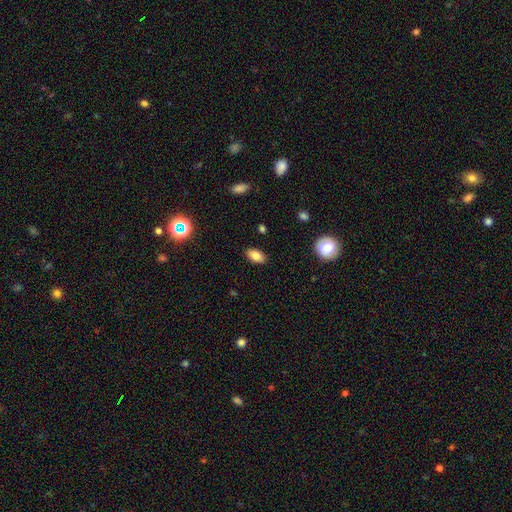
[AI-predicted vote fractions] Smooth or featured: smooth — 82% (star or artifact — 9%)
How rounded: in between — 90% (round — 7%)
Merging: none — 87% (minor disturbance — 9%)